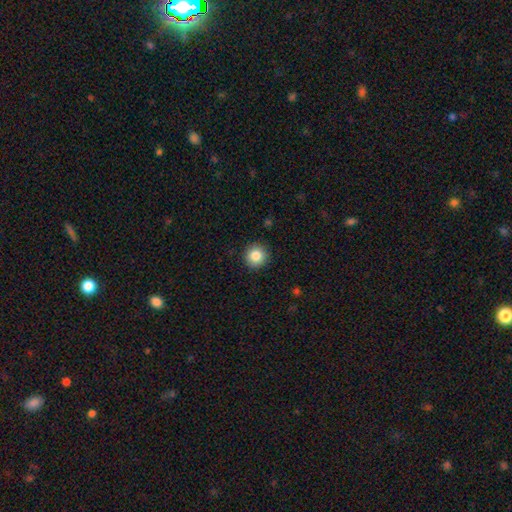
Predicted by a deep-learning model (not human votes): Morphology: type=smooth (85%); roundness=round (94%); merging=none (91%).